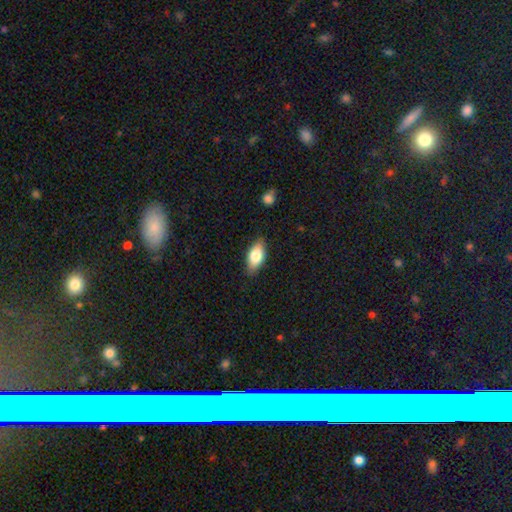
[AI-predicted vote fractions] Smooth or featured: smooth — 76% (featured or disk — 17%)
How rounded: in between — 87% (cigar-shaped — 9%)
Merging: none — 84% (minor disturbance — 12%)